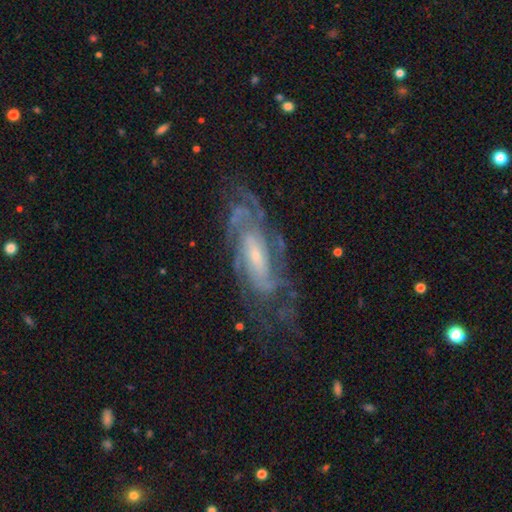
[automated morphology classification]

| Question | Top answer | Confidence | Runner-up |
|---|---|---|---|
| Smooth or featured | featured or disk | 86% | smooth (7%) |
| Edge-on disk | no | 91% | yes (9%) |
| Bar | no | 51% | weak (34%) |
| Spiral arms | yes | 95% | no (5%) |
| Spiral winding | tight | 62% | medium (31%) |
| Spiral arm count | can't tell | 36% | 2 (18%) |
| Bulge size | small | 73% | moderate (20%) |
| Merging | none | 67% | minor disturbance (19%) |